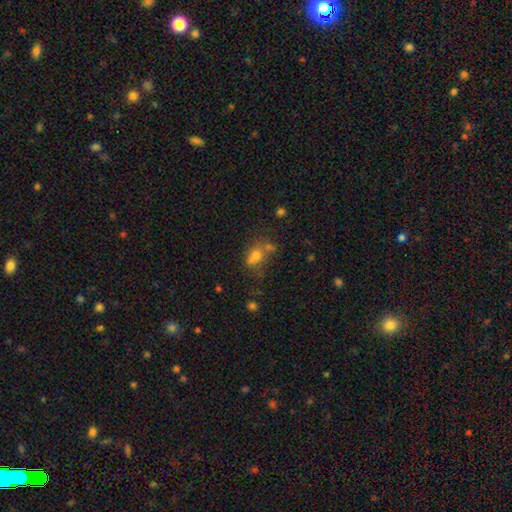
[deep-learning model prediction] This is possibly a smooth galaxy (60%). How rounded: possibly round (49%, tied with in between). Merging: marginally merger (38%).